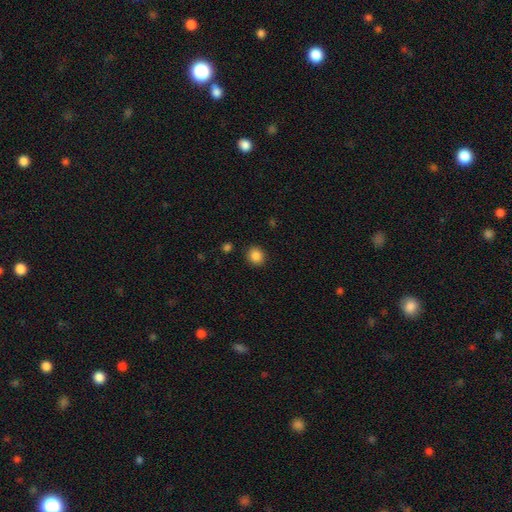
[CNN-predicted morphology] This appears to be a smooth galaxy with no disk features (87%) that is round (86%). Merging: none (90%).